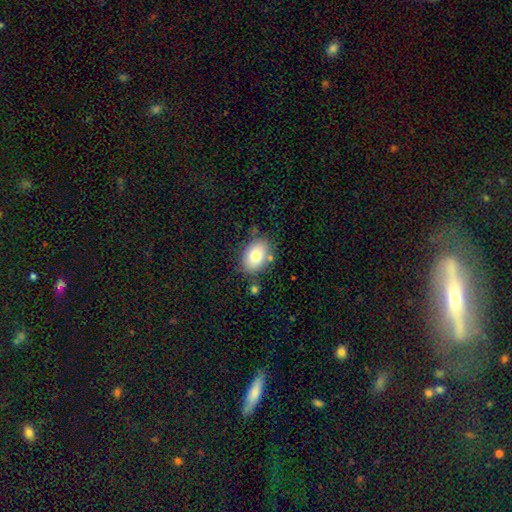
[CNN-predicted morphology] type=smooth (78%); roundness=in between (81%); merging=none (77%).